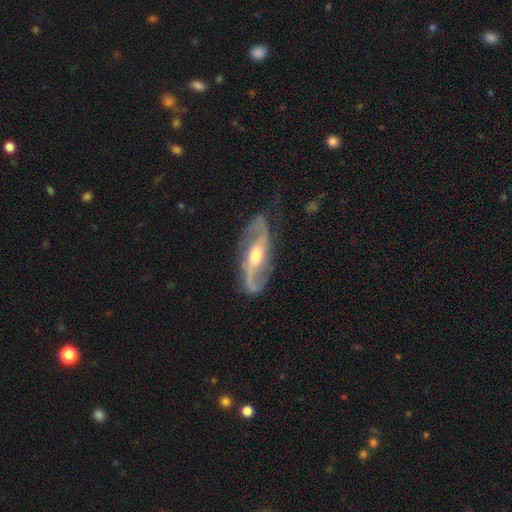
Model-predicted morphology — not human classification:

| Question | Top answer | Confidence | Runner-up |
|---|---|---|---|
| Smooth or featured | featured or disk | 89% | smooth (7%) |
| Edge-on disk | no | 92% | yes (8%) |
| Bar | weak | 39% | no (34%) |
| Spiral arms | yes | 96% | no (4%) |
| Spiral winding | loose | 58% | medium (33%) |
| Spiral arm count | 2 | 93% | can't tell (2%) |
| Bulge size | moderate | 69% | small (21%) |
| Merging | none | 78% | minor disturbance (14%) |